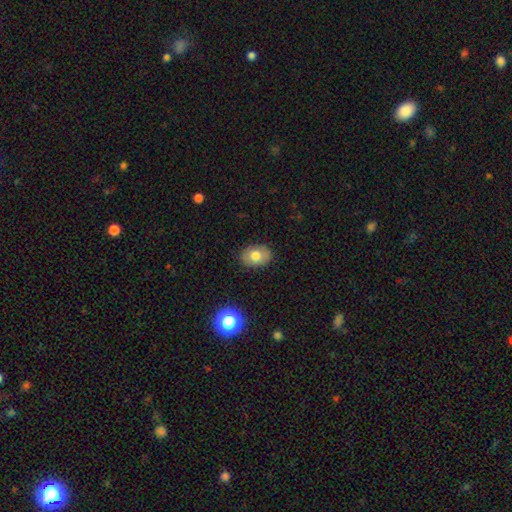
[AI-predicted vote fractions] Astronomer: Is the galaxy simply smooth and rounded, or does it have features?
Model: smooth — 75%.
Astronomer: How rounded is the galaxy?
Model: in between — 75%.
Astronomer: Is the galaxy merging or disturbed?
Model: none — 86%.